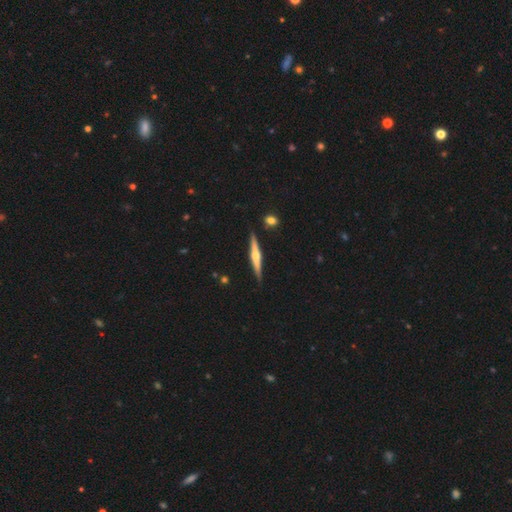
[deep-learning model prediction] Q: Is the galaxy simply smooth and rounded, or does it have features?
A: featured or disk — 74%.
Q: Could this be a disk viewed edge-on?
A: yes — 98%.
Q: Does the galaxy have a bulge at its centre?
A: rounded — 90%.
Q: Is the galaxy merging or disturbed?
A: none — 89%.